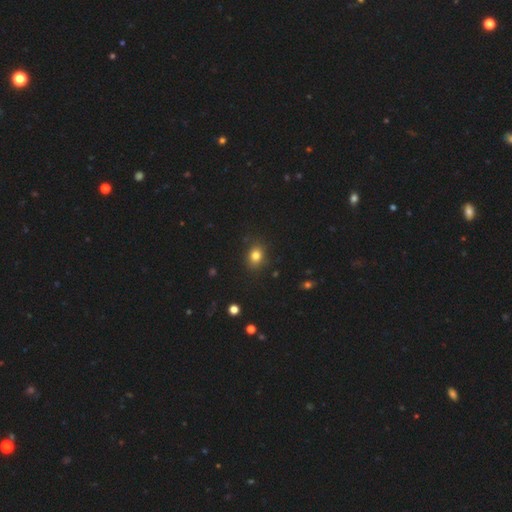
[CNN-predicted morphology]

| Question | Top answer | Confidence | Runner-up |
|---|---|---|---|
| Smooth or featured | smooth | 81% | star or artifact (13%) |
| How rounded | round | 53% | in between (46%) |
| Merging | none | 85% | minor disturbance (11%) |